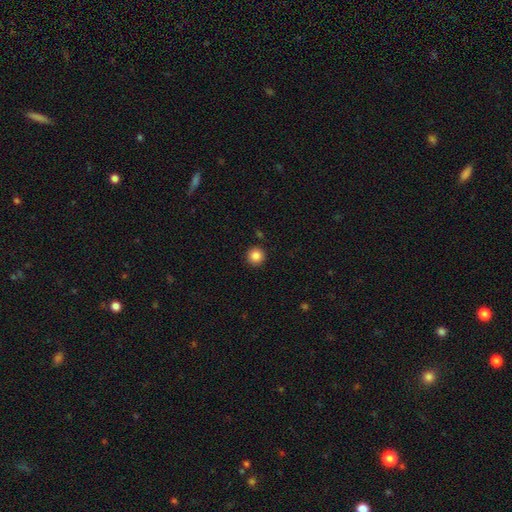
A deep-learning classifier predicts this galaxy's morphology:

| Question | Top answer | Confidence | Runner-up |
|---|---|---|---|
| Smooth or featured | smooth | 86% | star or artifact (10%) |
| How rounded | round | 95% | in between (4%) |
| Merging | none | 92% | minor disturbance (5%) |